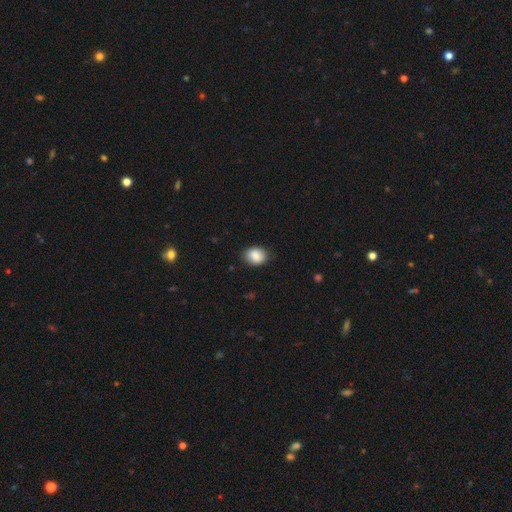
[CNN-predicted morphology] This appears to be a smooth galaxy with no disk features (87%) that is in between round and cigar-shaped (58%). Merging: none (83%).